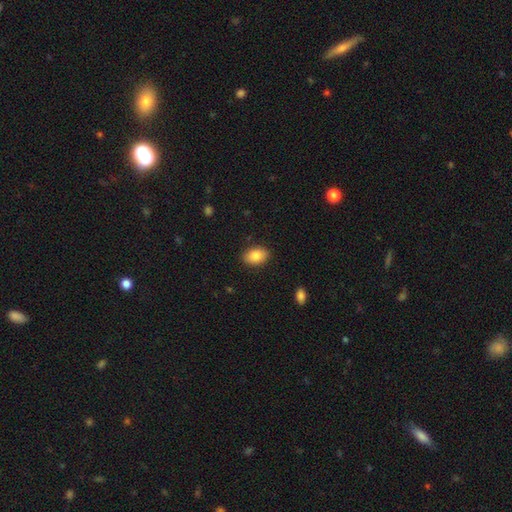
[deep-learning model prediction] Overall: smooth (87%). How rounded: in between (85%). Merging: none (87%).